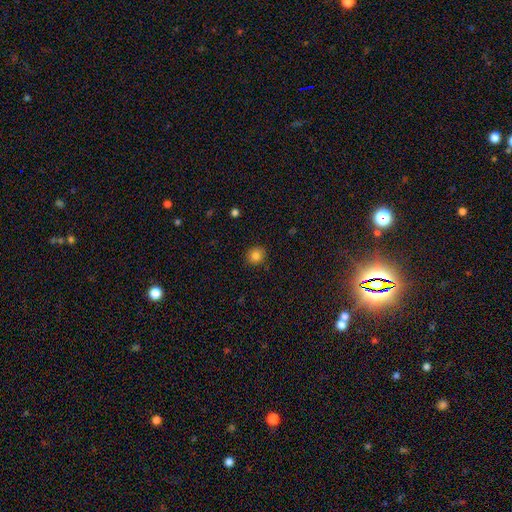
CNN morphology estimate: A smooth galaxy with no disk features (83%) that is round (86%).

Vote fractions:
- Smooth or featured? smooth: 83% / star or artifact: 11% / featured or disk: 6%
- How rounded? round: 86% / in between: 13% / cigar-shaped: 1%
- Merging? none: 88% / minor disturbance: 8% / major disturbance: 2% / merger: 1%